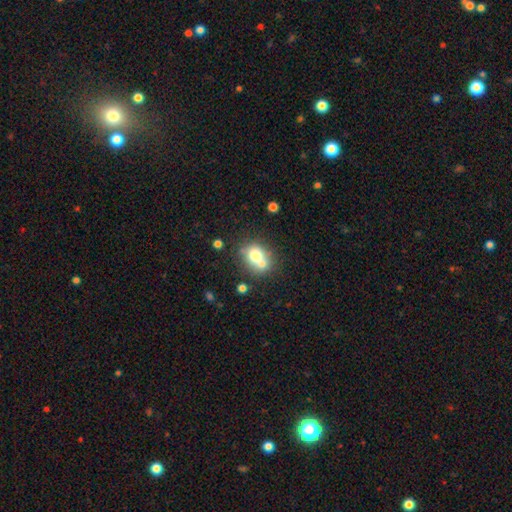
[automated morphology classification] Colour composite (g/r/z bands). It shows a smooth galaxy with no disk features (69%) that is round (62%). Merging: merger (45%).